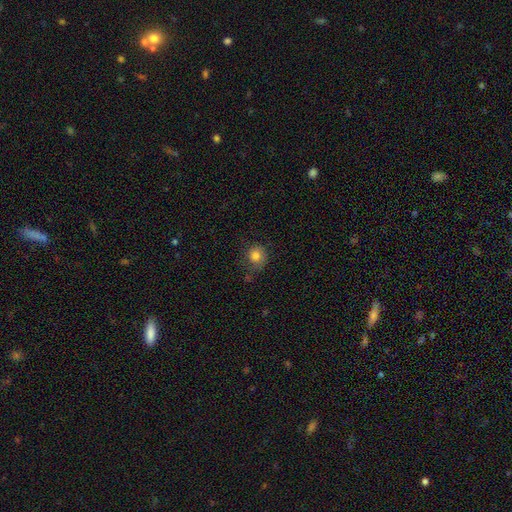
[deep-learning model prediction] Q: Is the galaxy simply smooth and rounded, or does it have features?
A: smooth — 80%.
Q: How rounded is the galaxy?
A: round — 84%.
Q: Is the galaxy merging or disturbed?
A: none — 68%.